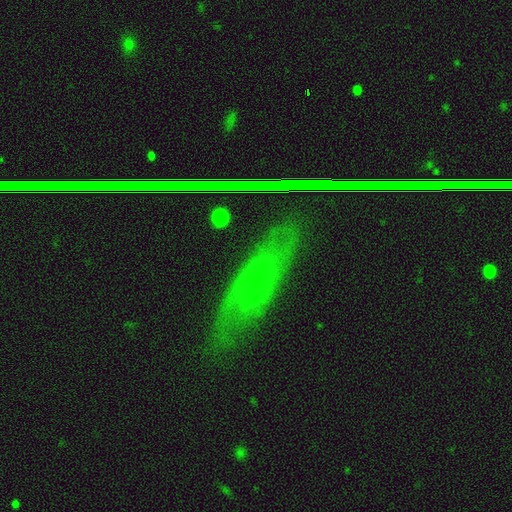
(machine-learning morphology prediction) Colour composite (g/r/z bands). It shows a star or artifact, not a galaxy (36%).